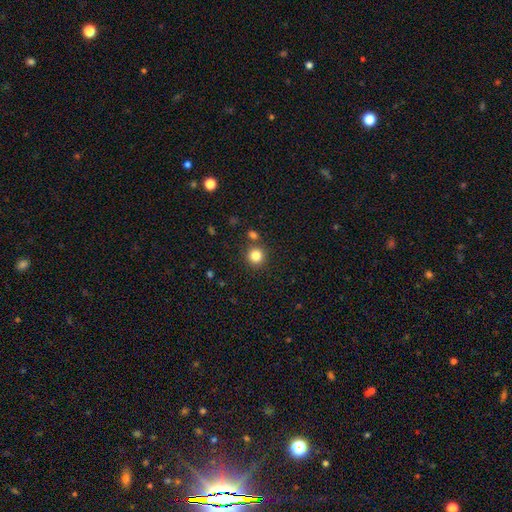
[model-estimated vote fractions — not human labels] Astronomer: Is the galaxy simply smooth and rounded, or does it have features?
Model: smooth — 83%.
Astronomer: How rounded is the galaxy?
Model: round — 93%.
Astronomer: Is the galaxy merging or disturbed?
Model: none — 84%.